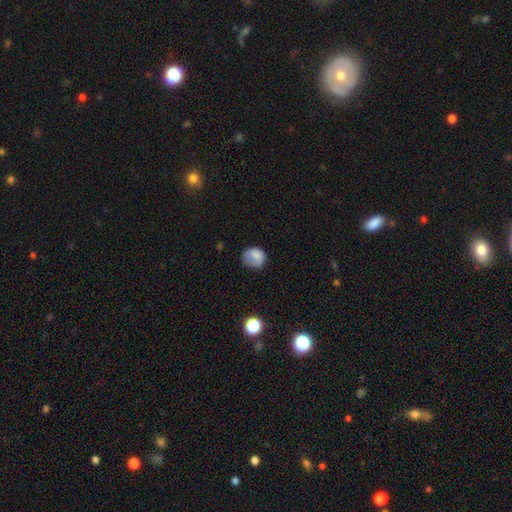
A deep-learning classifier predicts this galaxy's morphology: smooth 79%, featured or disk 12%, star or artifact 9%. Down the decision tree: how rounded — round (67%); merging — none (54%).